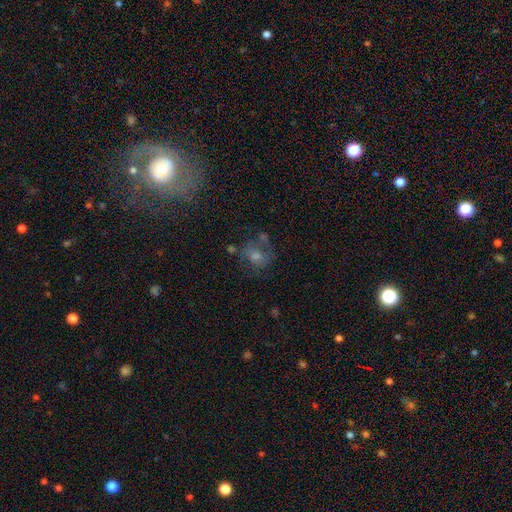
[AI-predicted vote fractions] Smooth or featured?
  - smooth: 42% *
  - featured or disk: 35%
  - star or artifact: 24%
Merging?
  - none: 56% *
  - minor disturbance: 18%
  - major disturbance: 16%
  - merger: 10%